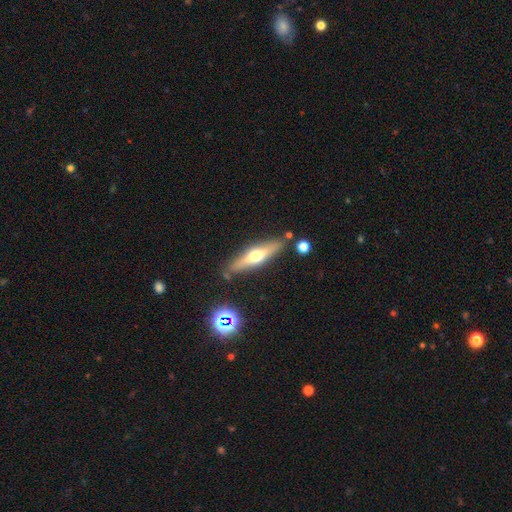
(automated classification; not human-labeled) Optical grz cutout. It shows a featured or disk galaxy (54%) viewed edge-on (90%). Merging: none (82%).